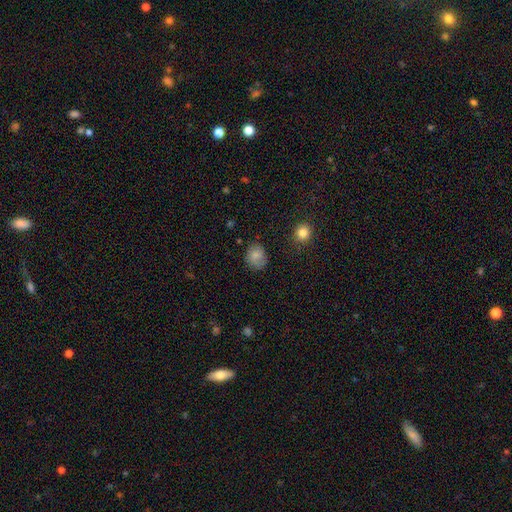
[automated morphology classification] The model was most divided on "how rounded": round: 62%, in between: 37%, cigar-shaped: 1%. More confident: smooth or featured — smooth (80%); merging — none (71%).